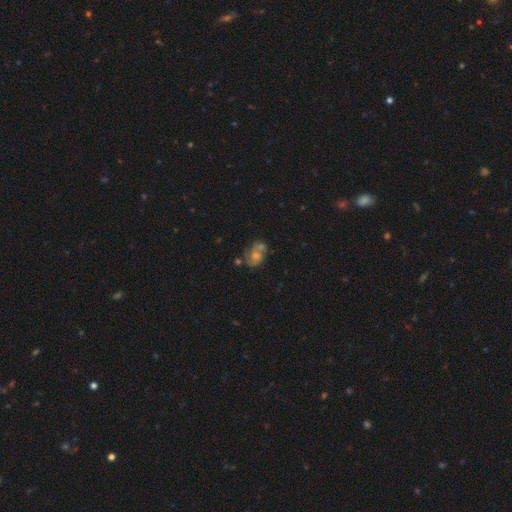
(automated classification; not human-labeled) This appears to be a featured or disk galaxy (59%) with no bar (71%), spiral arms (78%) and a moderate central bulge (52%). Merging: none (49%).